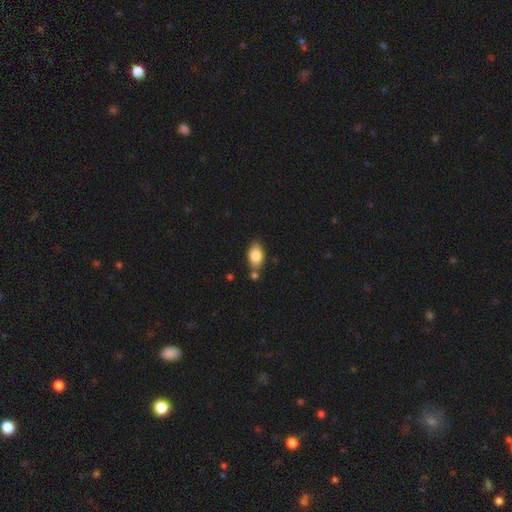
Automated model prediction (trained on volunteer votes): Smooth or featured? Predicted: smooth (p=0.82). How rounded? Predicted: in between (p=0.88). Merging? Predicted: none (p=0.69).